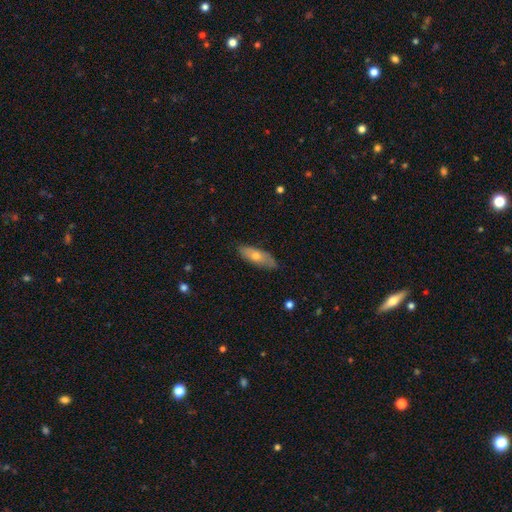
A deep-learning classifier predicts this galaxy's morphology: Overall: smooth (58%; featured or disk 35%). How rounded: in between (59%; cigar-shaped 39%). Merging: none (82%).